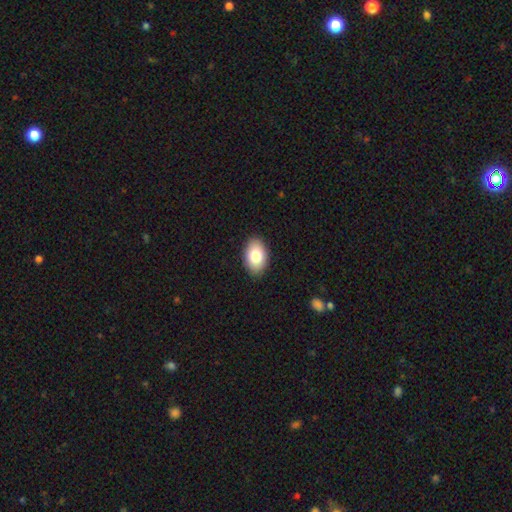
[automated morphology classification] Smooth or featured? Predicted: smooth (p=0.80). How rounded? Predicted: in between (p=0.90). Merging? Predicted: none (p=0.90).